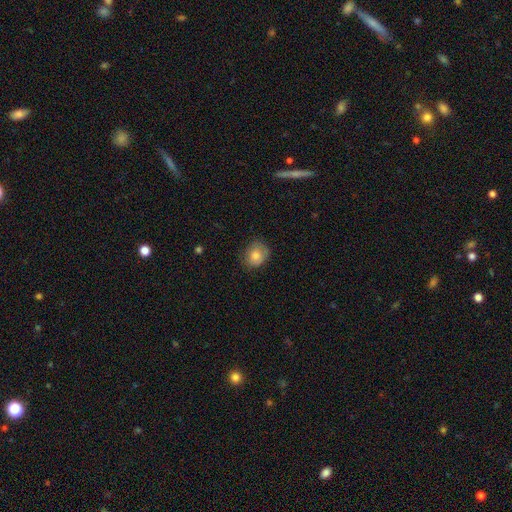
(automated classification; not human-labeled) Smooth or featured? smooth (80%)
How rounded? round (61%)
Merging? none (69%)